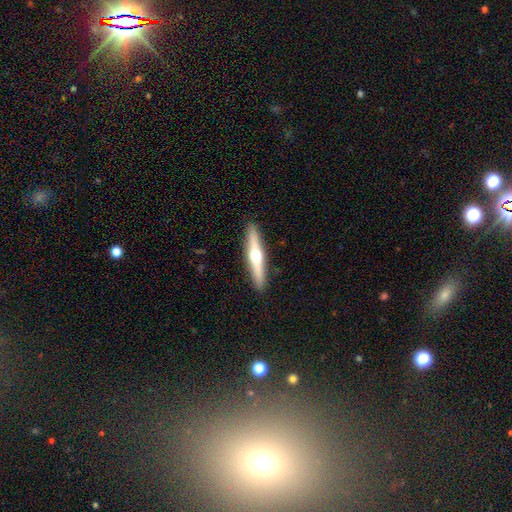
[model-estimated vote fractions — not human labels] This is likely a featured or disk galaxy (65%). It is clearly viewed edge-on (96%). Edge-on bulge: clearly rounded (95%). Merging: clearly none (91%).